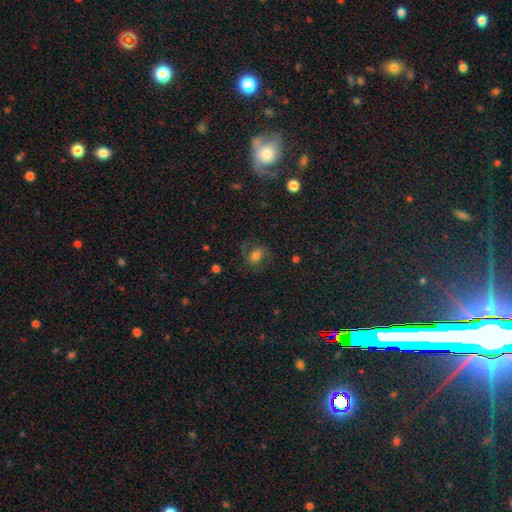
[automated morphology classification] A smooth galaxy with no disk features (54%) that is in between round and cigar-shaped (55%). Merging: none (66%).